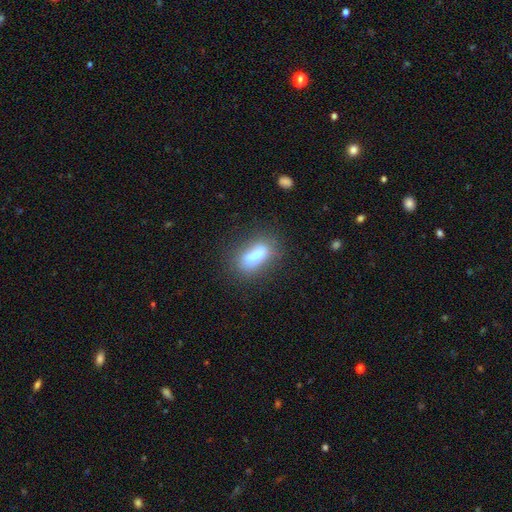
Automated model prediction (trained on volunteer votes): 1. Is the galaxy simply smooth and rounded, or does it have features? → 67% smooth, 23% featured or disk, 10% star or artifact.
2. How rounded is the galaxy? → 66% in between, 28% cigar-shaped, 6% round.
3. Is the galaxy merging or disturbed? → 65% none, 19% minor disturbance, 9% major disturbance, 7% merger.